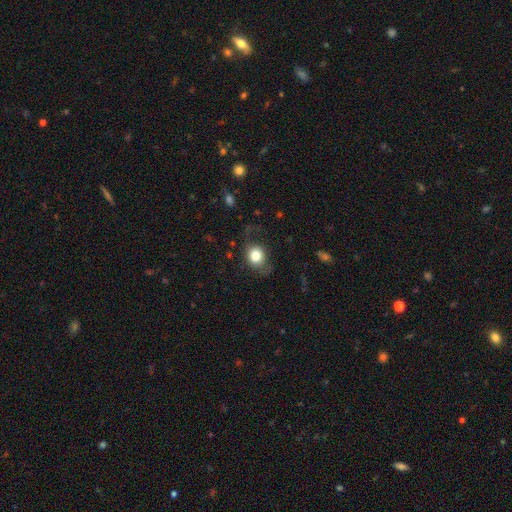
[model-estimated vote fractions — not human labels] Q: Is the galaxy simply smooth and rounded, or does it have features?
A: smooth — 78%.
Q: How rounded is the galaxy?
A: round — 63%.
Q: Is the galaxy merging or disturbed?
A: none — 62%.